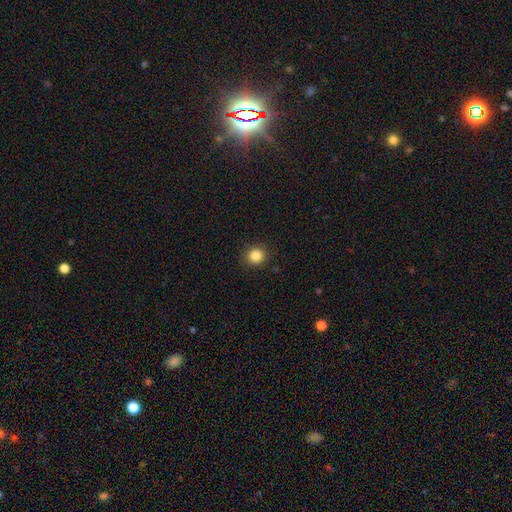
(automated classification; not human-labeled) This appears to be a smooth galaxy with no disk features (85%) that is round (89%). Merging: none (90%).